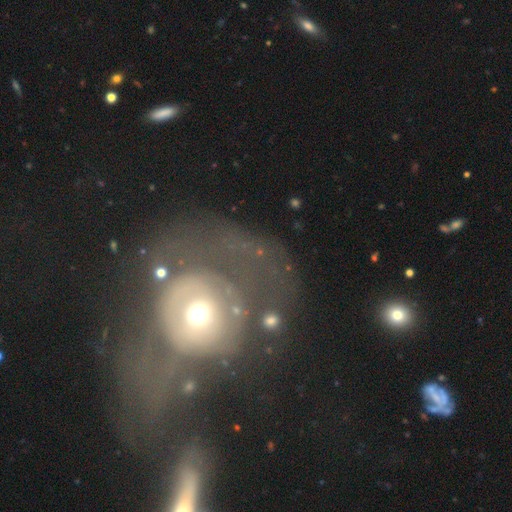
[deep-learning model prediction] Overall: featured or disk (53%; smooth 33%). Edge-on disk: no (94%). Merging: major disturbance (37%; none 36%).